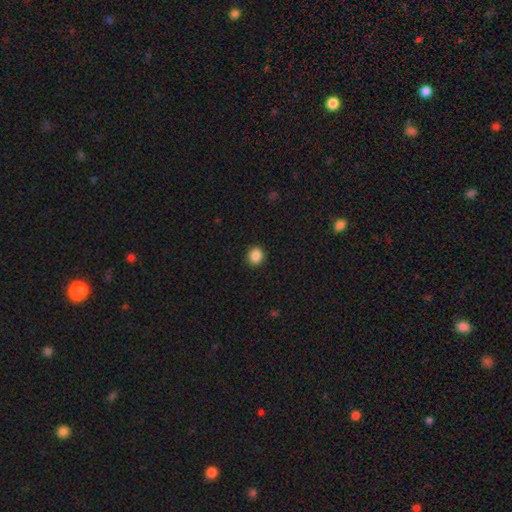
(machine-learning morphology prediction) A smooth galaxy with no disk features (87%) that is round (80%).

Vote fractions:
- Smooth or featured? smooth: 87% / star or artifact: 10% / featured or disk: 3%
- How rounded? round: 80% / in between: 19% / cigar-shaped: 1%
- Merging? none: 92% / minor disturbance: 6% / major disturbance: 2% / merger: 1%